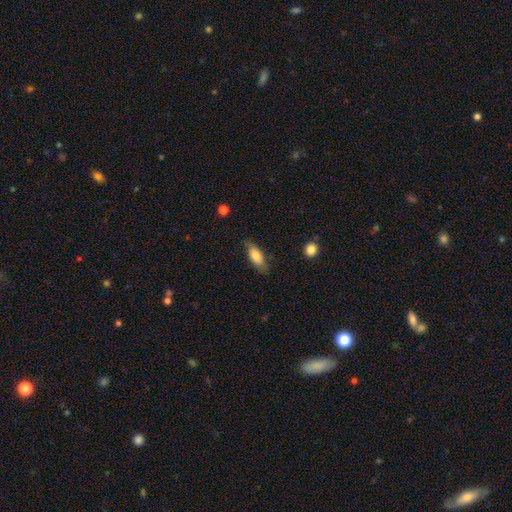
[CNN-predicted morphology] smooth 76%, featured or disk 18%, star or artifact 6%. Down the decision tree: how rounded — in between (79%); merging — none (67%).